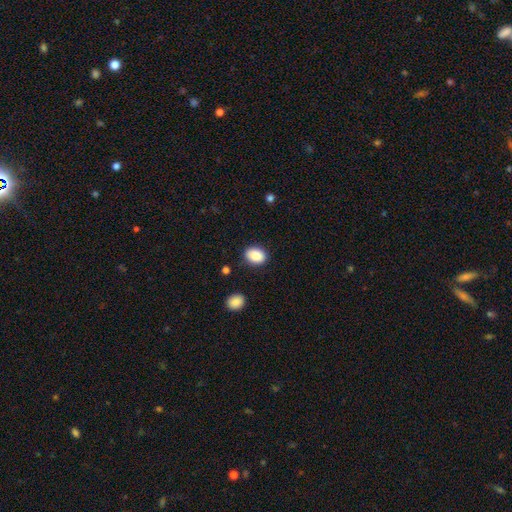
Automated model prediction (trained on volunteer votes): Smooth or featured?
  - smooth: 88% *
  - star or artifact: 8%
  - featured or disk: 4%
How rounded?
  - in between: 69% *
  - round: 30%
  - cigar-shaped: 1%
Merging?
  - none: 85% *
  - minor disturbance: 10%
  - major disturbance: 3%
  - merger: 2%